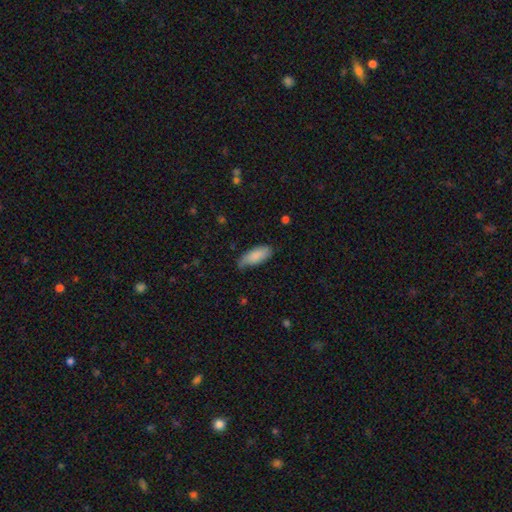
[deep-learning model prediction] Smooth or featured? smooth (84%)
How rounded? in between (79%)
Merging? none (63%)